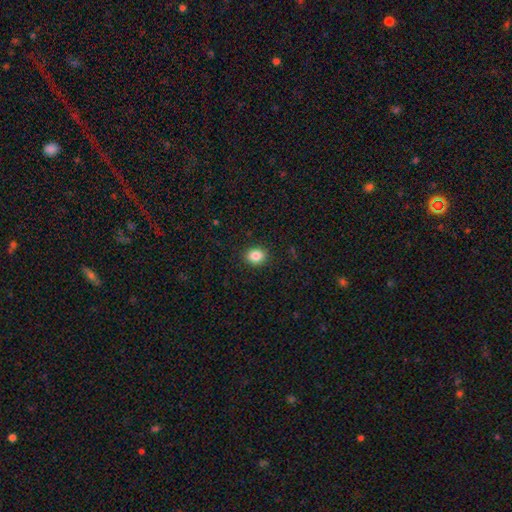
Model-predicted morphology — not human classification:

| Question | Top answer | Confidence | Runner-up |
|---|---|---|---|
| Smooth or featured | smooth | 85% | star or artifact (10%) |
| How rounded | round | 61% | in between (38%) |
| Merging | none | 90% | minor disturbance (7%) |